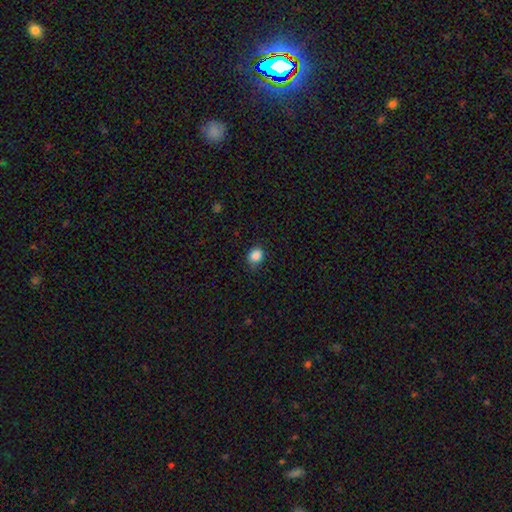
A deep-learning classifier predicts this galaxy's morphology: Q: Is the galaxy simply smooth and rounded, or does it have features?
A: smooth — 87%.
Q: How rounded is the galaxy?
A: round — 59%.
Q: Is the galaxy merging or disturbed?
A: none — 75%.